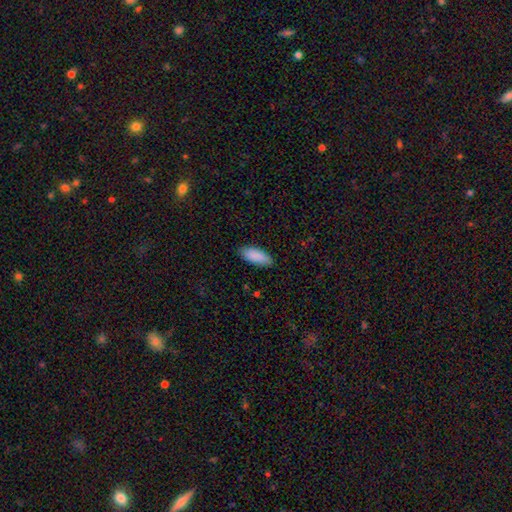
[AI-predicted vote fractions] Smooth or featured?
  - smooth: 90% *
  - star or artifact: 6%
  - featured or disk: 4%
How rounded?
  - in between: 81% *
  - cigar-shaped: 17%
  - round: 2%
Merging?
  - none: 87% *
  - minor disturbance: 10%
  - major disturbance: 2%
  - merger: 1%